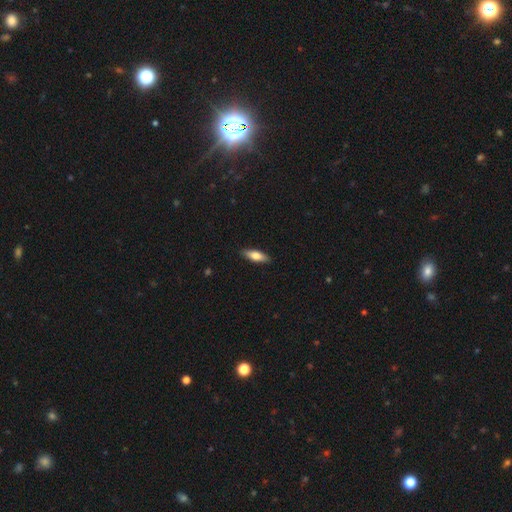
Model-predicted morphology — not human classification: Smooth or featured: smooth — 72% (featured or disk — 22%)
How rounded: in between — 53% (cigar-shaped — 44%)
Merging: none — 89% (minor disturbance — 8%)